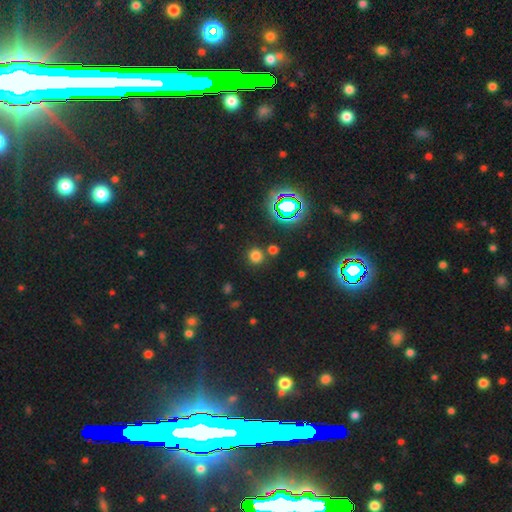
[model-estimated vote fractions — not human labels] A smooth galaxy with no disk features (68%) that is round (92%).

Vote fractions:
- Smooth or featured? smooth: 68% / star or artifact: 26% / featured or disk: 6%
- How rounded? round: 92% / in between: 7% / cigar-shaped: 1%
- Merging? none: 81% / merger: 8% / minor disturbance: 7% / major disturbance: 3%